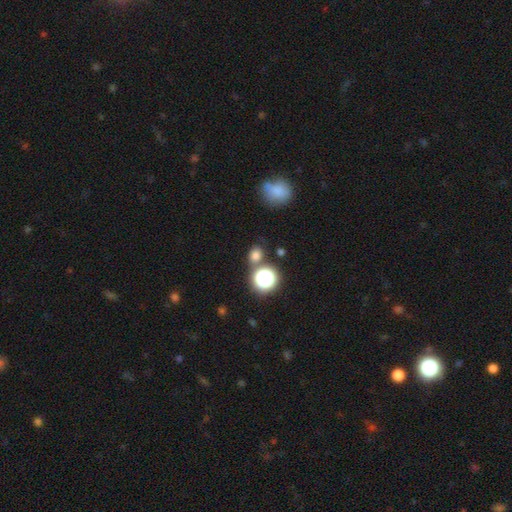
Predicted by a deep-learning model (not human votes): Morphology: type=smooth (71%); roundness=round (61%); merging=none (73%).